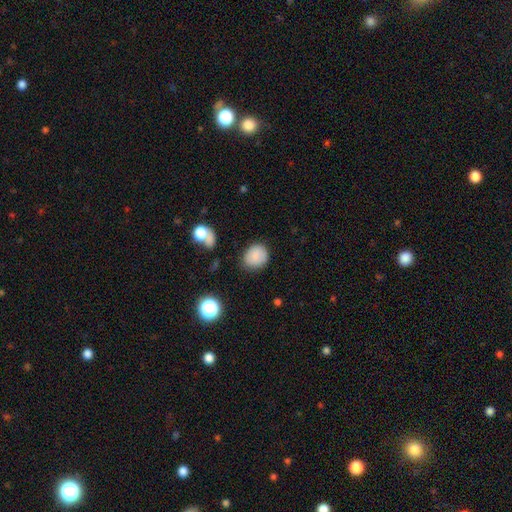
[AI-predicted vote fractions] smooth_or_featured: smooth (p=0.83) [alt: star or artifact p=0.10]
how_rounded: round (p=0.67) [alt: in between p=0.32]
merging: none (p=0.78) [alt: minor disturbance p=0.15]